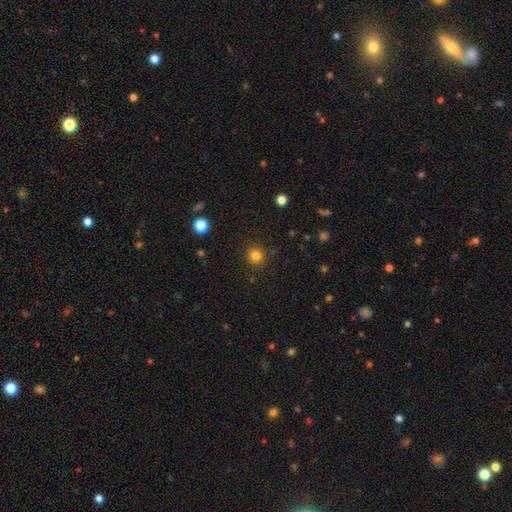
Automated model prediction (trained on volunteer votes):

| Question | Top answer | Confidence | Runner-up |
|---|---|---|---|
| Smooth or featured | smooth | 82% | star or artifact (13%) |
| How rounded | round | 92% | in between (7%) |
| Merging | none | 90% | minor disturbance (6%) |